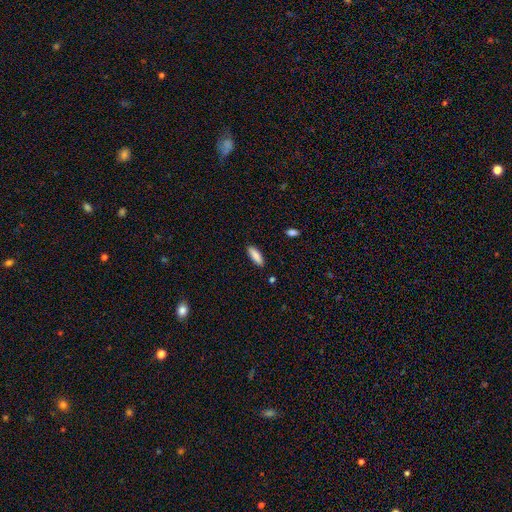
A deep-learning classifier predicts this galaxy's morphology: smooth 88%, star or artifact 6%, featured or disk 5%. Down the decision tree: how rounded — in between (60%); merging — none (87%).